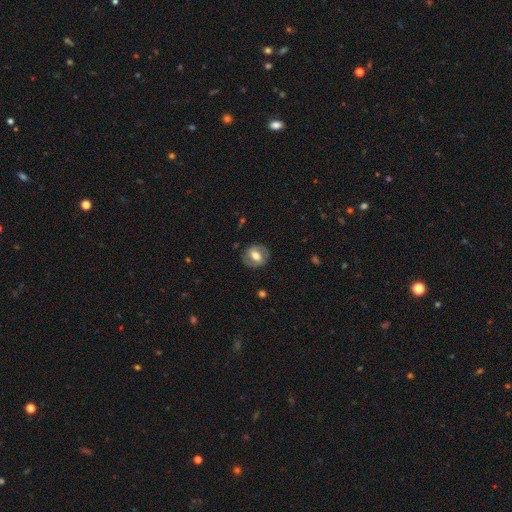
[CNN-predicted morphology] A smooth galaxy with no disk features (49%). Merging: none (81%).